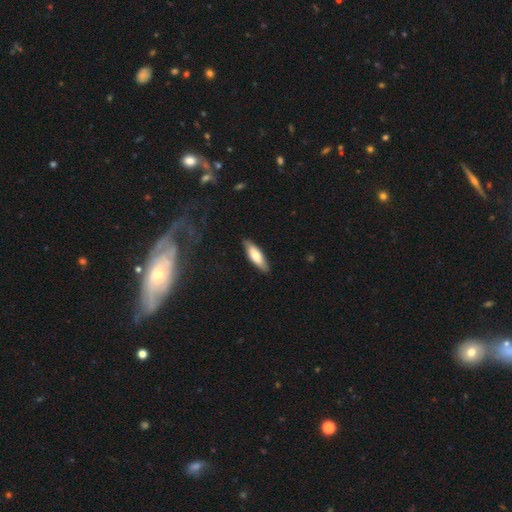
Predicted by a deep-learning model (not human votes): Overall: smooth (72%). How rounded: cigar-shaped (50%; in between 49%). Merging: none (86%).